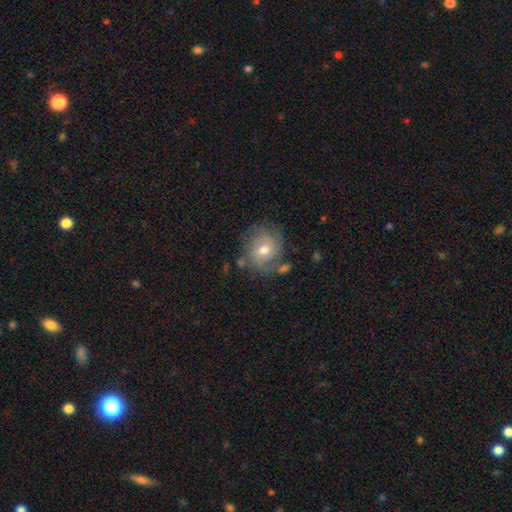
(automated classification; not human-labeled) smooth-or-featured: smooth: 50% | featured or disk: 39% | star or artifact: 11%
  how-rounded: round: 82% | in between: 17% | cigar-shaped: 1%
  merging: none: 68% | minor disturbance: 18% | major disturbance: 7% | merger: 6%